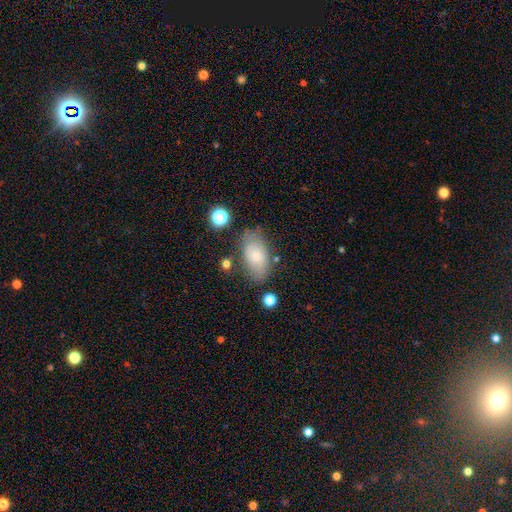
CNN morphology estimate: Smooth or featured? Predicted: smooth (p=0.72). How rounded? Predicted: in between (p=0.93). Merging? Predicted: none (p=0.70).